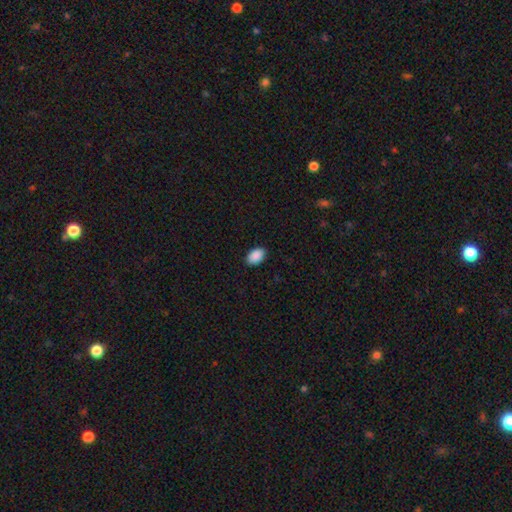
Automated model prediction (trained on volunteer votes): This is clearly a smooth galaxy (90%). How rounded: clearly in between (89%). Merging: clearly none (89%).